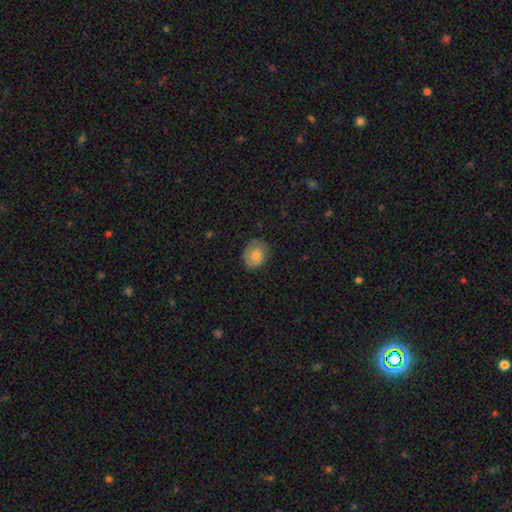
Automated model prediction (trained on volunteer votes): smooth-or-featured: smooth: 72% | featured or disk: 20% | star or artifact: 8%
  how-rounded: round: 56% | in between: 43% | cigar-shaped: 1%
  merging: none: 73% | minor disturbance: 21% | major disturbance: 4% | merger: 1%